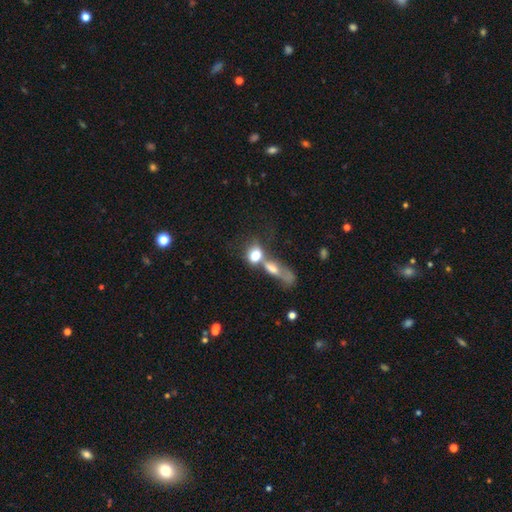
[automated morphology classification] smooth 71%, featured or disk 18%, star or artifact 10%. Down the decision tree: how rounded — in between (50%); merging — merger (63%).